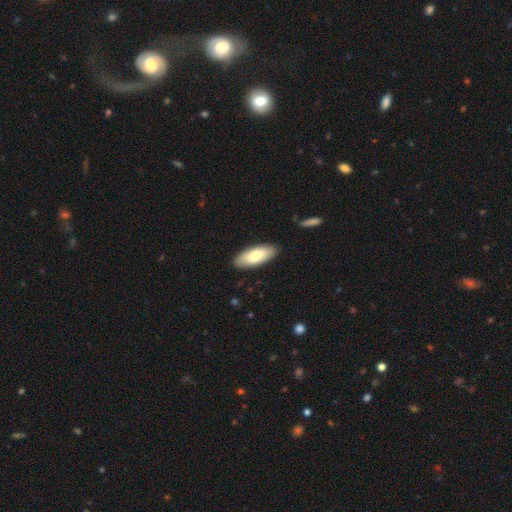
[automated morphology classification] Smooth or featured: smooth — 78% (featured or disk — 17%)
How rounded: in between — 81% (cigar-shaped — 18%)
Merging: none — 88% (minor disturbance — 9%)